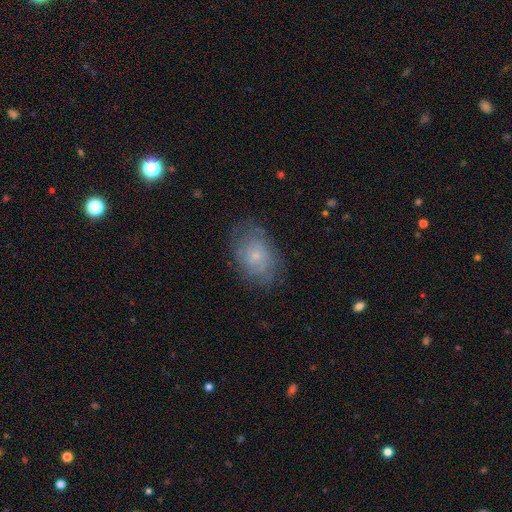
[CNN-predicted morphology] A featured or disk galaxy (52%). Merging: none (74%).